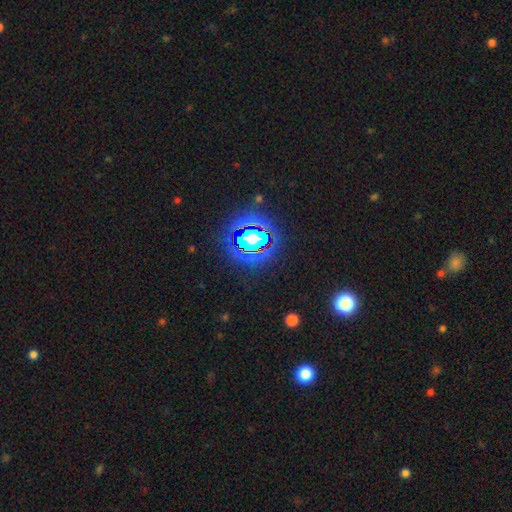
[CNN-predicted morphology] Overall: star or artifact (82%).